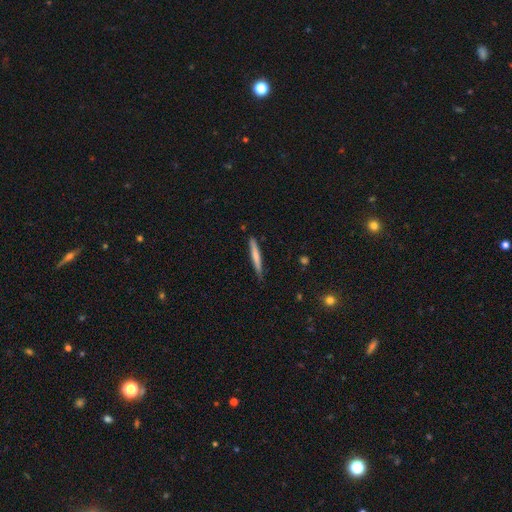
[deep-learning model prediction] smooth_or_featured: smooth (p=0.66) [alt: featured or disk p=0.29]
how_rounded: cigar-shaped (p=0.96) [alt: in between p=0.03]
merging: none (p=0.83) [alt: minor disturbance p=0.14]